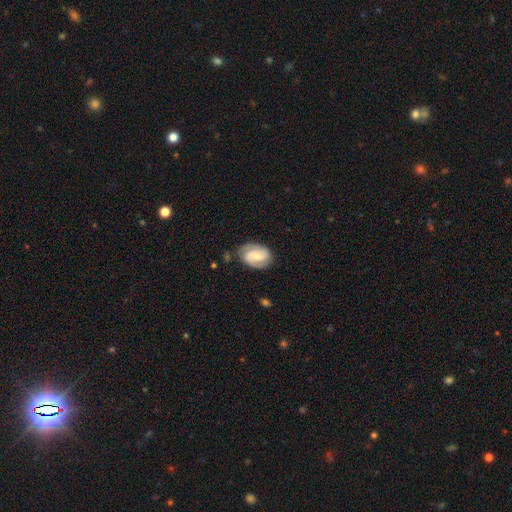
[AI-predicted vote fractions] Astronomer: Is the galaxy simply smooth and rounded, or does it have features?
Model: featured or disk — 76%.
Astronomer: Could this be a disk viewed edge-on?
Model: no — 98%.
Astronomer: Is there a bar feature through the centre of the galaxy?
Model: weak — 48% (runner-up: no, 36%).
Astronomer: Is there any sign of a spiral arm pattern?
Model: yes — 95%.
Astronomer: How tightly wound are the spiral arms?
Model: medium — 48% (runner-up: tight, 33%).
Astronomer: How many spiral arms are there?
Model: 2 — 89%.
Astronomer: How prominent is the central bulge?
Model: small — 52% (runner-up: moderate, 39%).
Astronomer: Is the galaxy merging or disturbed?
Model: none — 76%.